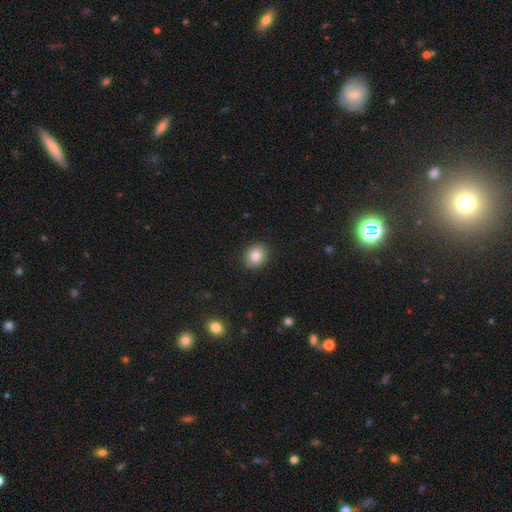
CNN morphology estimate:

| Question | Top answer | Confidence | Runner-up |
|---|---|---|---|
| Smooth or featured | smooth | 84% | star or artifact (9%) |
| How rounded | round | 71% | in between (28%) |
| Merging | none | 90% | minor disturbance (7%) |